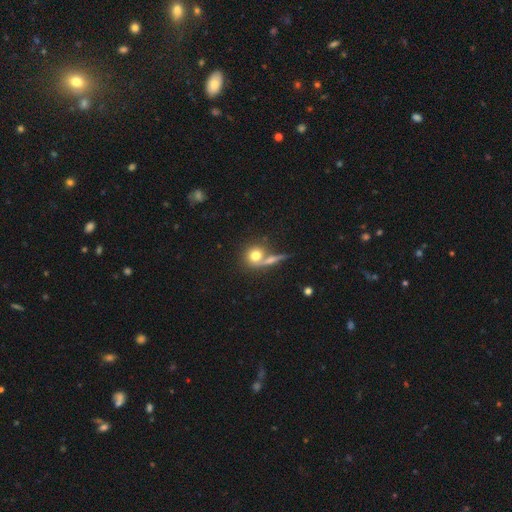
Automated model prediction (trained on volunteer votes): Smooth or featured?
  - smooth: 73% *
  - featured or disk: 17%
  - star or artifact: 10%
How rounded?
  - round: 82% *
  - in between: 14%
  - cigar-shaped: 3%
Merging?
  - none: 51% *
  - merger: 31%
  - minor disturbance: 11%
  - major disturbance: 7%